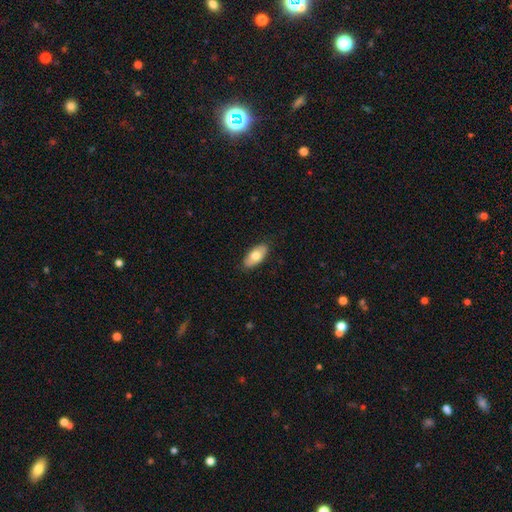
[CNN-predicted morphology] smooth_or_featured: smooth (p=0.74) [alt: featured or disk p=0.20]
how_rounded: in between (p=0.91) [alt: cigar-shaped p=0.06]
merging: none (p=0.87) [alt: minor disturbance p=0.10]